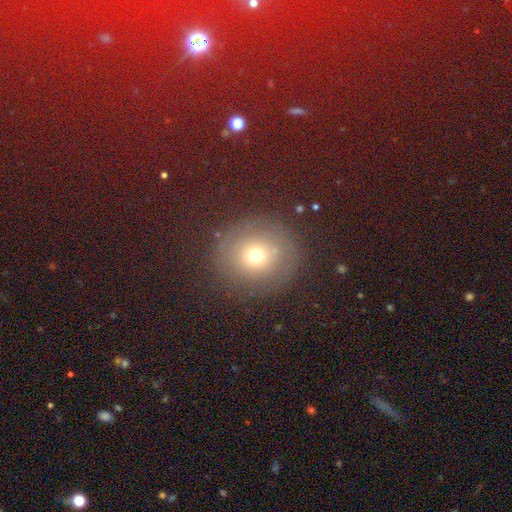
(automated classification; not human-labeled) A smooth galaxy with no disk features (61%) that is round (90%).

Vote fractions:
- Smooth or featured? smooth: 61% / featured or disk: 21% / star or artifact: 18%
- How rounded? round: 90% / in between: 9% / cigar-shaped: 1%
- Merging? none: 79% / minor disturbance: 11% / major disturbance: 8% / merger: 2%